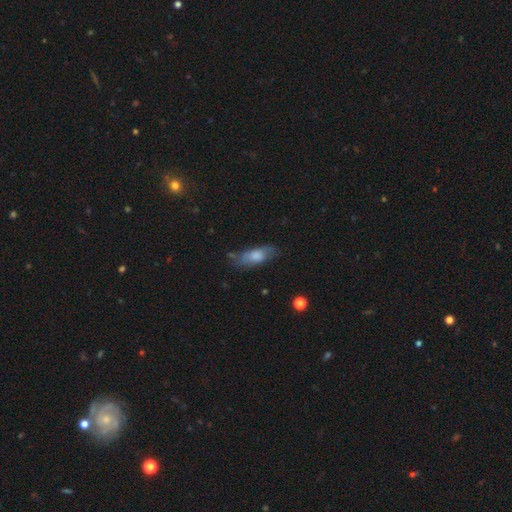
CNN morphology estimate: Overall: smooth (68%). How rounded: in between (71%). Merging: none (61%; minor disturbance 26%).